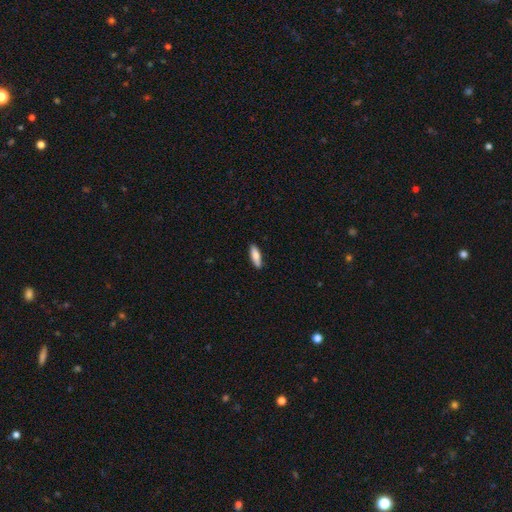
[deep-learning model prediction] Smooth or featured? Predicted: smooth (p=0.82). How rounded? Predicted: in between (p=0.56). Merging? Predicted: none (p=0.86).